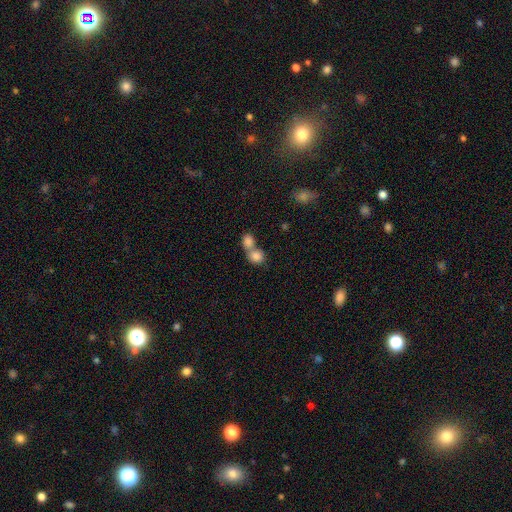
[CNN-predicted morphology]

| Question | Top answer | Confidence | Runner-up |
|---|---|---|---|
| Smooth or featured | smooth | 83% | featured or disk (8%) |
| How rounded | round | 76% | in between (23%) |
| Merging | merger | 64% | none (28%) |